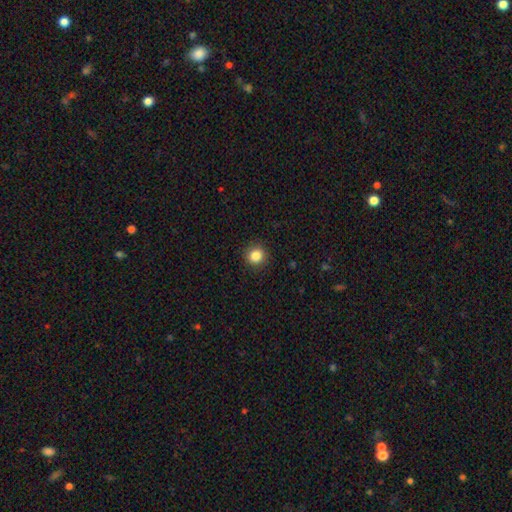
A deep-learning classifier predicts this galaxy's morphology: This is clearly a smooth galaxy (85%). How rounded: clearly round (90%). Merging: clearly none (91%).